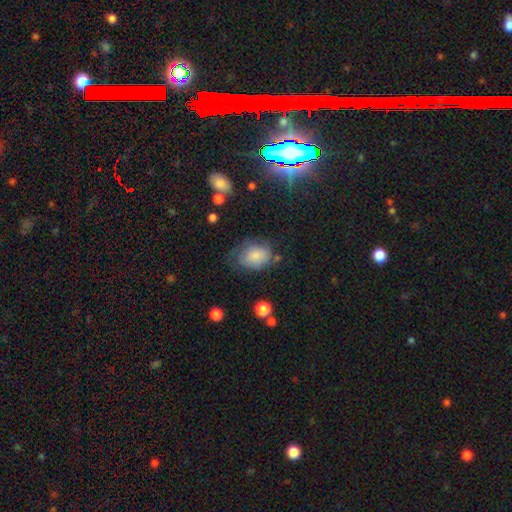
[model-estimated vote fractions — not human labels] The model was most divided on "merging": none: 47%, minor disturbance: 32%, major disturbance: 19%, merger: 3%. More confident: smooth or featured — smooth (76%); how rounded — in between (73%).